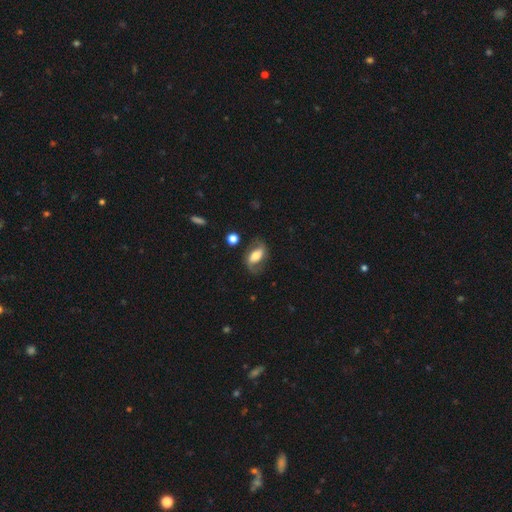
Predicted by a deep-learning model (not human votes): A featured or disk galaxy (65%) with a strong bar (39%), 2 (88%) loose (45%) spiral arms (86%) and a moderate central bulge (52%). Merging: none (70%).